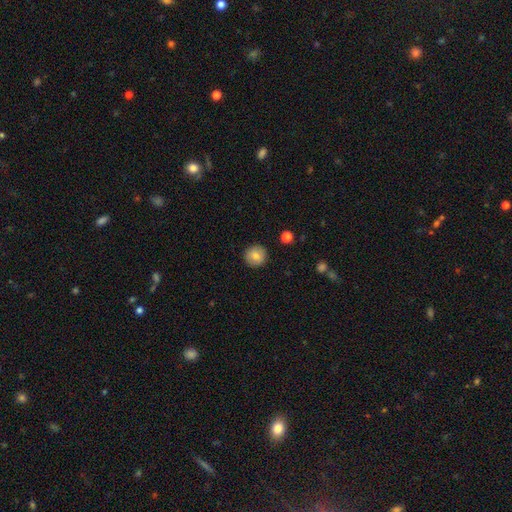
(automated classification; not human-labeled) A smooth galaxy with no disk features (81%) that is round (95%).

Vote fractions:
- Smooth or featured? smooth: 81% / featured or disk: 11% / star or artifact: 8%
- How rounded? round: 95% / in between: 4% / cigar-shaped: 1%
- Merging? none: 92% / minor disturbance: 5% / major disturbance: 2% / merger: 1%